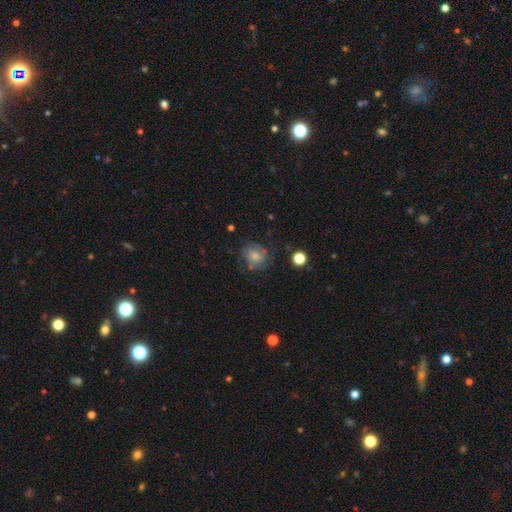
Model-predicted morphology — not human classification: smooth_or_featured: featured or disk (p=0.58) [alt: smooth p=0.26]
disk_edge_on: no (p=0.97) [alt: yes p=0.03]
bar: no (p=0.72) [alt: weak p=0.24]
has_spiral_arms: yes (p=0.89) [alt: no p=0.11]
bulge_size: moderate (p=0.46) [alt: small p=0.38]
merging: none (p=0.75) [alt: minor disturbance p=0.16]